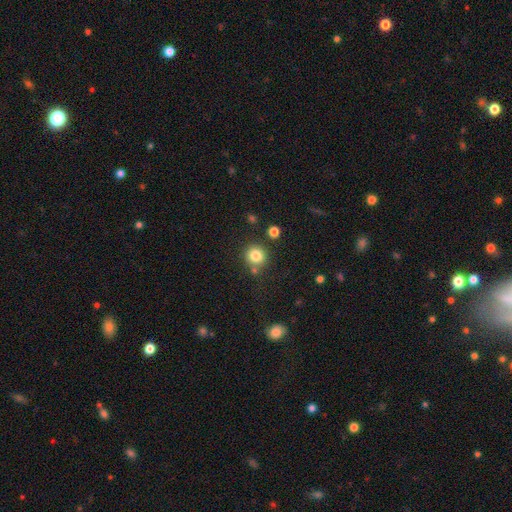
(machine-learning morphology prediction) smooth 82%, star or artifact 11%, featured or disk 6%. Down the decision tree: how rounded — round (91%); merging — none (79%).